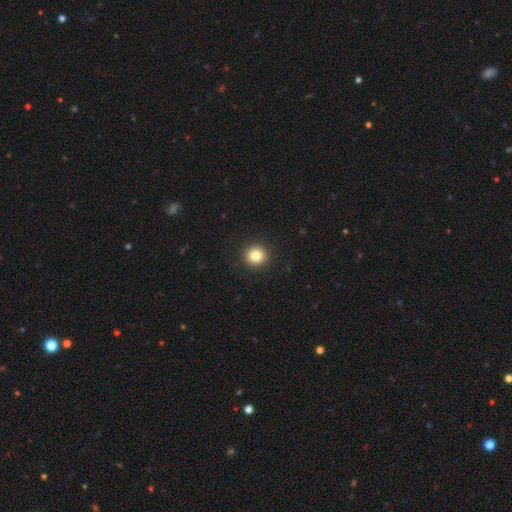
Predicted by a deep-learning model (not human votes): A smooth galaxy with no disk features (82%) that is round (92%). Merging: none (92%).